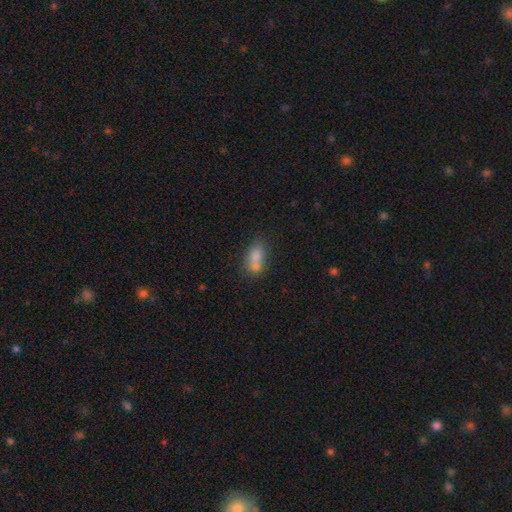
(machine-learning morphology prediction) smooth 74%, featured or disk 15%, star or artifact 11%. Down the decision tree: how rounded — in between (77%); merging — merger (46%).